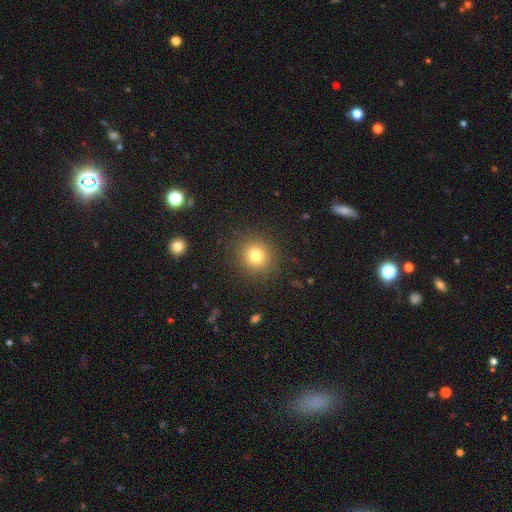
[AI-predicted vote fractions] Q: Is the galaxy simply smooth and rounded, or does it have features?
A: smooth — 77%.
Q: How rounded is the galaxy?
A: round — 90%.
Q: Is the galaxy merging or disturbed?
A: none — 89%.